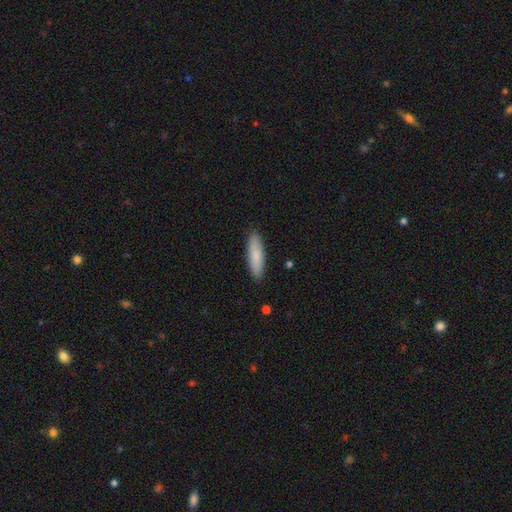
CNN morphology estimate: Smooth or featured? Predicted: smooth (p=0.83). How rounded? Predicted: cigar-shaped (p=0.65). Merging? Predicted: none (p=0.90).